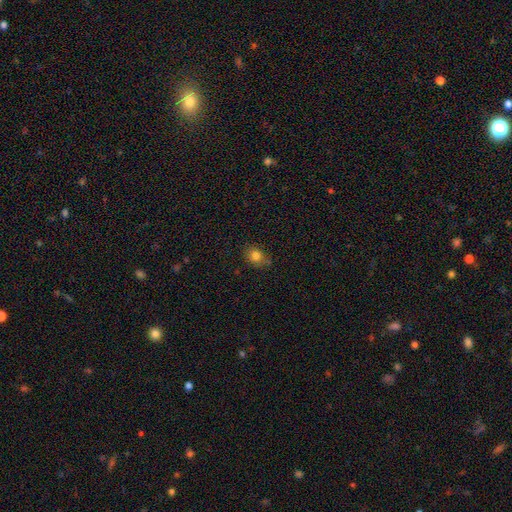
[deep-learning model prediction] Smooth or featured: smooth — 81% (star or artifact — 13%)
How rounded: round — 70% (in between — 29%)
Merging: none — 76% (minor disturbance — 17%)